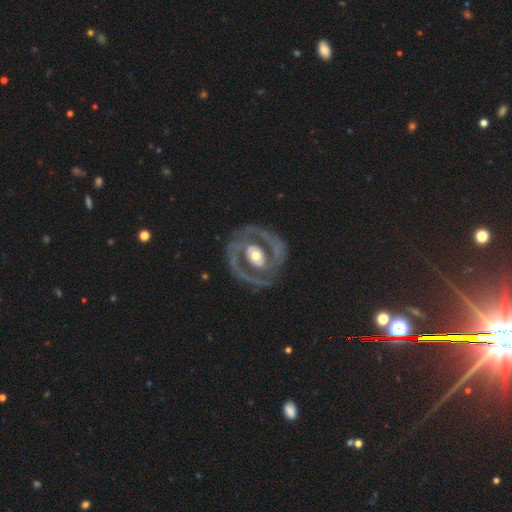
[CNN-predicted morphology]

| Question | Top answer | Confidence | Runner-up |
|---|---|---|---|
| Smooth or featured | featured or disk | 84% | smooth (12%) |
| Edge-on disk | no | 97% | yes (3%) |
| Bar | no | 52% | weak (27%) |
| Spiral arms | yes | 75% | no (25%) |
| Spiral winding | tight | 43% | medium (42%) |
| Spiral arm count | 2 | 80% | can't tell (8%) |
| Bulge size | moderate | 68% | large (19%) |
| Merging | none | 75% | minor disturbance (14%) |